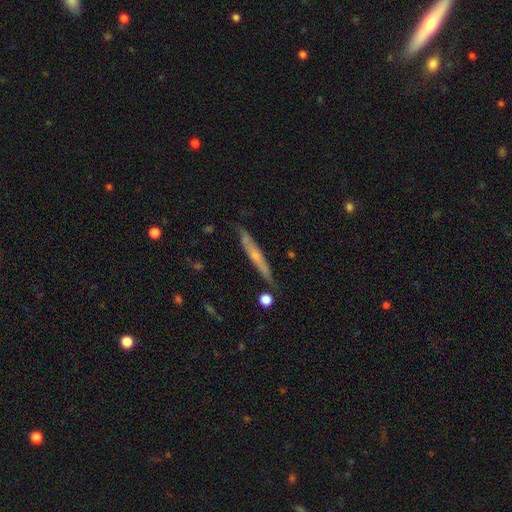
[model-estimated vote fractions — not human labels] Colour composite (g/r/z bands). It shows a featured or disk galaxy (61%) viewed edge-on (90%) with a rounded central bulge (61%). Merging: none (79%).